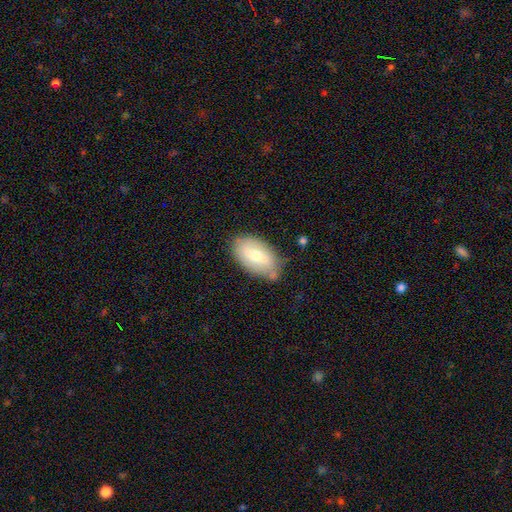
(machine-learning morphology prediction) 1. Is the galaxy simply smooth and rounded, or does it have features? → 63% smooth, 31% featured or disk, 6% star or artifact.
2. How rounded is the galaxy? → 93% in between, 4% round, 3% cigar-shaped.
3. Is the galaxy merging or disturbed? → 74% none, 18% minor disturbance, 4% merger, 4% major disturbance.